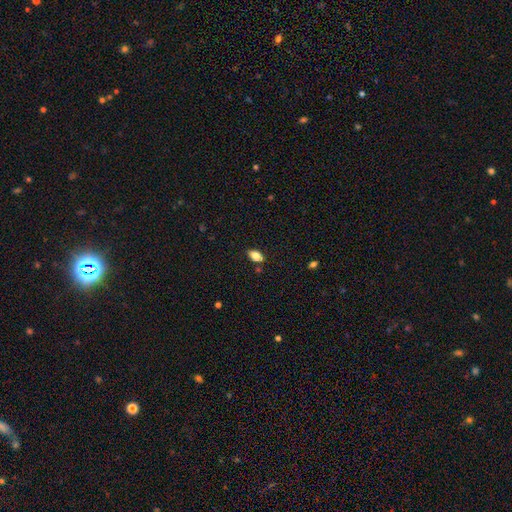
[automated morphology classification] smooth-or-featured: smooth: 78% | featured or disk: 13% | star or artifact: 9%
  how-rounded: in between: 90% | round: 6% | cigar-shaped: 4%
  merging: none: 81% | minor disturbance: 13% | merger: 4% | major disturbance: 3%